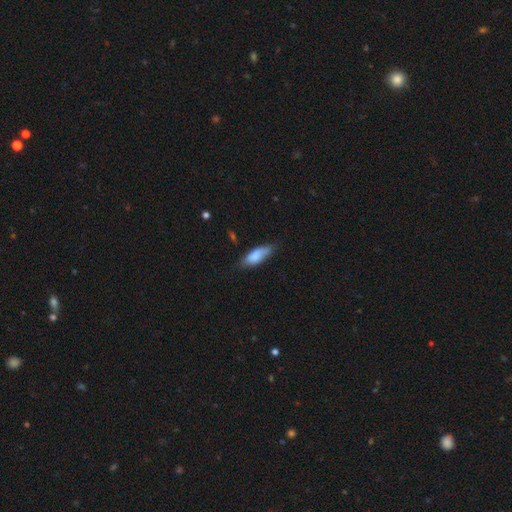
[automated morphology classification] Smooth or featured?
  - smooth: 78% *
  - featured or disk: 16%
  - star or artifact: 6%
How rounded?
  - in between: 70% *
  - cigar-shaped: 28%
  - round: 2%
Merging?
  - none: 65% *
  - minor disturbance: 28%
  - major disturbance: 5%
  - merger: 2%